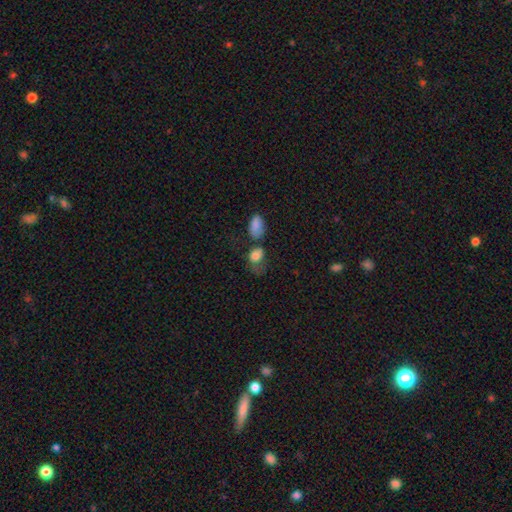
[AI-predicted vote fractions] Smooth or featured?
  - smooth: 78% *
  - featured or disk: 13%
  - star or artifact: 10%
How rounded?
  - in between: 60% *
  - round: 39%
  - cigar-shaped: 2%
Merging?
  - major disturbance: 31% *
  - none: 27%
  - minor disturbance: 22%
  - merger: 21%